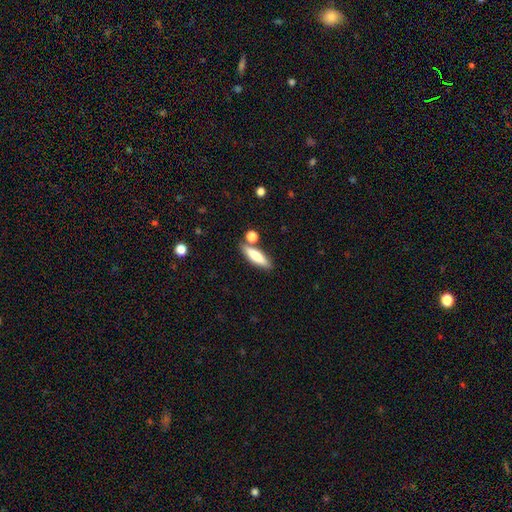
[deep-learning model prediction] Overall: smooth (72%). How rounded: cigar-shaped (63%; in between 35%). Merging: none (74%).